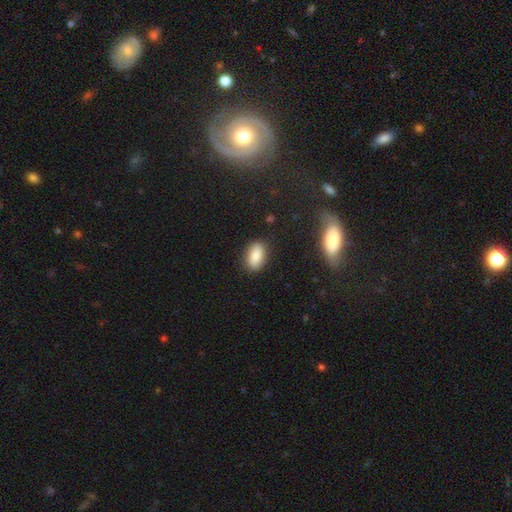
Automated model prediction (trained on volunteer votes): The model was most divided on "merging": none: 85%, minor disturbance: 11%, major disturbance: 3%, merger: 2%. More confident: how rounded — in between (89%); smooth or featured — smooth (84%).